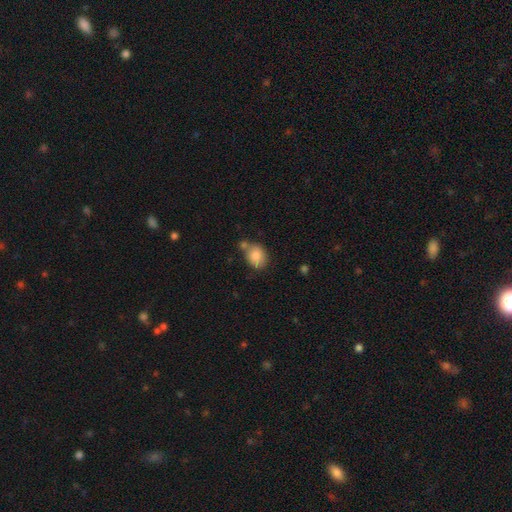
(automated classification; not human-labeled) Smooth or featured? Predicted: smooth (p=0.82). How rounded? Predicted: in between (p=0.52). Merging? Predicted: none (p=0.59).